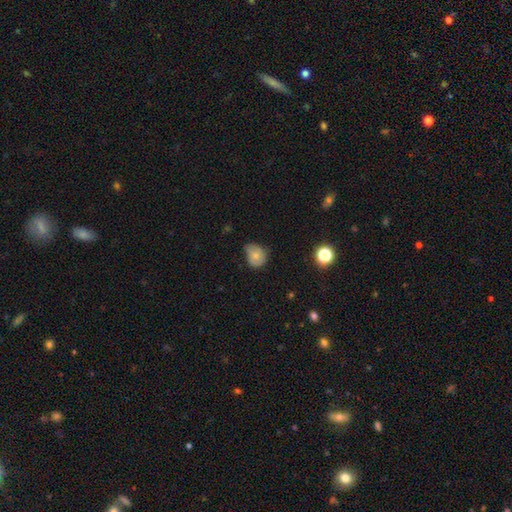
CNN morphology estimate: Smooth or featured? Predicted: smooth (p=0.72). How rounded? Predicted: round (p=0.56). Merging? Predicted: minor disturbance (p=0.48).